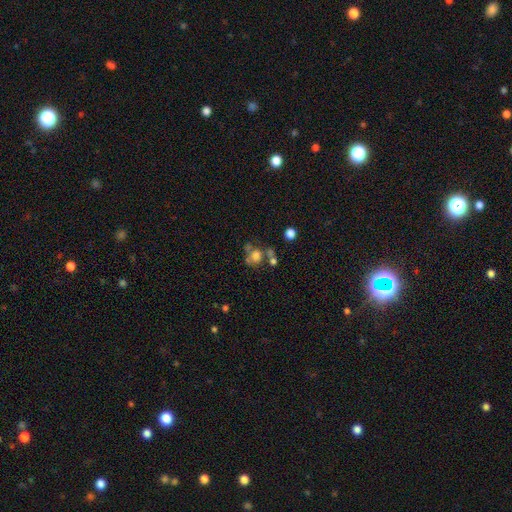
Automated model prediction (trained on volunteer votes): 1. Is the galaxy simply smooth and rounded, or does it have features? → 61% smooth, 24% featured or disk, 16% star or artifact.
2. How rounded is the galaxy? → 68% round, 30% in between, 1% cigar-shaped.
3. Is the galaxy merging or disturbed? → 37% none, 34% merger, 15% major disturbance, 14% minor disturbance.